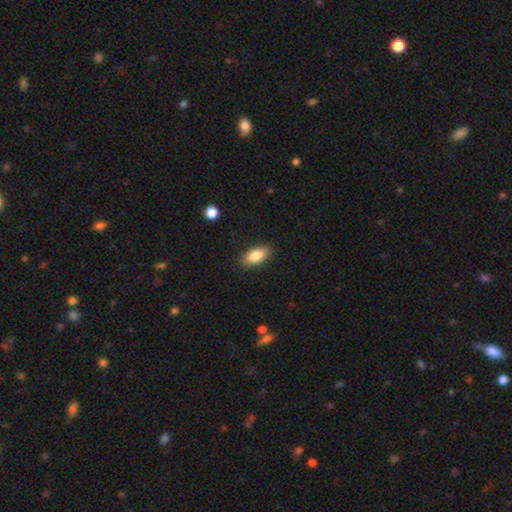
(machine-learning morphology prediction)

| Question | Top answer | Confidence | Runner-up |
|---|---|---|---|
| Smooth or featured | smooth | 86% | featured or disk (7%) |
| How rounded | in between | 90% | cigar-shaped (7%) |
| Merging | none | 87% | minor disturbance (9%) |